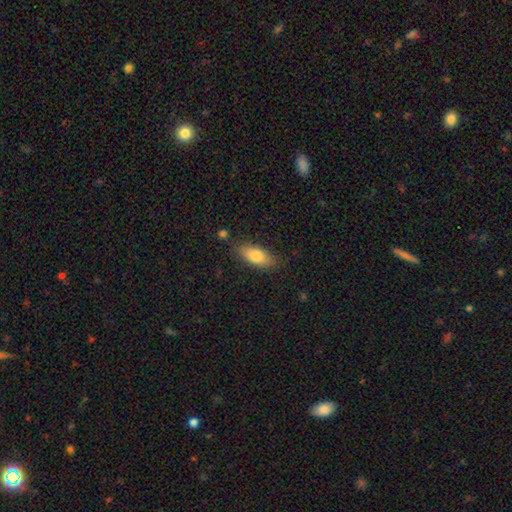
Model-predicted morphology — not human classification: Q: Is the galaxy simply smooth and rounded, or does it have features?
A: smooth — 80%.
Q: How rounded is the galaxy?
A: in between — 80%.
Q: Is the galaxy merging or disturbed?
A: none — 81%.